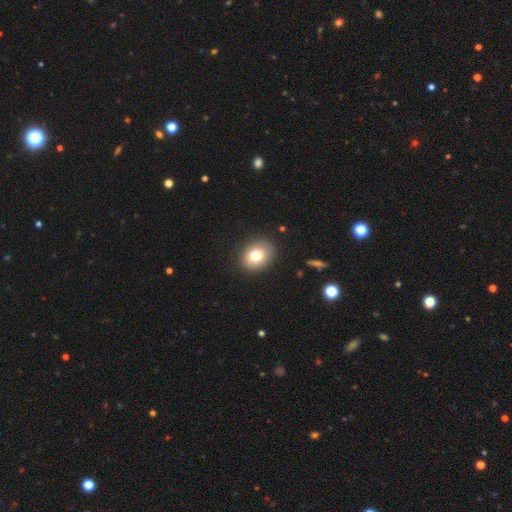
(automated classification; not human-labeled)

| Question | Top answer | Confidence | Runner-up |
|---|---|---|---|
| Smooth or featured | smooth | 77% | featured or disk (13%) |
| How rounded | in between | 50% | round (49%) |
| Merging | none | 88% | minor disturbance (9%) |